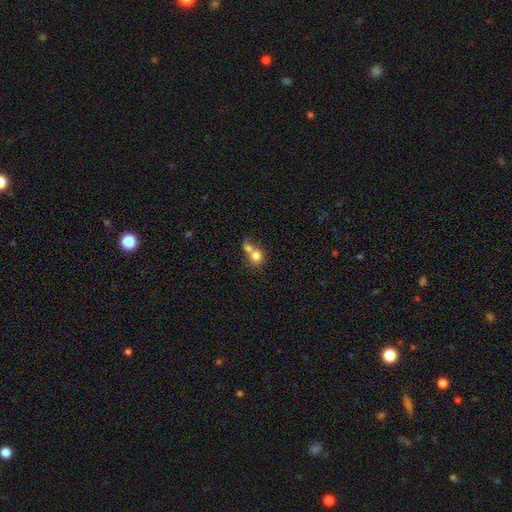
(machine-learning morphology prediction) Smooth or featured? smooth (77%)
How rounded? round (81%)
Merging? merger (60%)